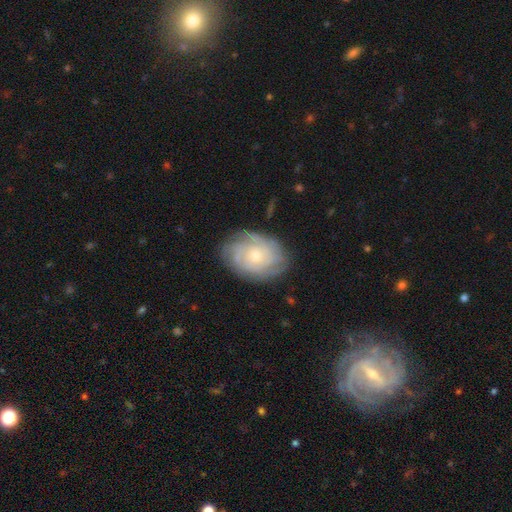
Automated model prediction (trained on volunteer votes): Smooth or featured: featured or disk — 75% (smooth — 18%)
Edge-on disk: no — 96% (yes — 4%)
Bar: no — 81% (weak — 16%)
Spiral arms: yes — 91% (no — 9%)
Spiral winding: tight — 72% (medium — 22%)
Spiral arm count: can't tell — 45% (3 — 16%)
Bulge size: small — 59% (moderate — 37%)
Merging: none — 79% (minor disturbance — 15%)